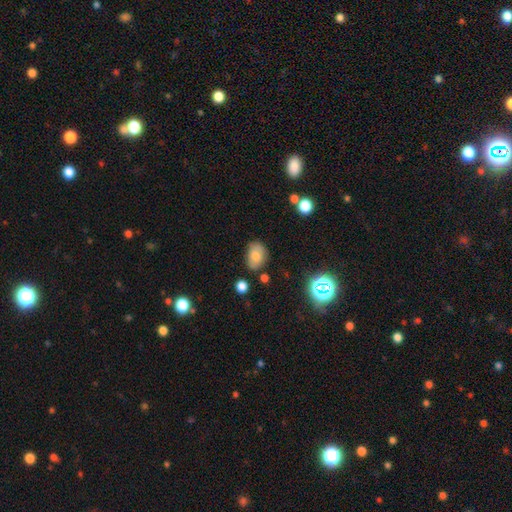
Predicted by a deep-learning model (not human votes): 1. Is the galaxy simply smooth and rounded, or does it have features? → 74% smooth, 14% featured or disk, 12% star or artifact.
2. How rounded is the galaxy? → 75% in between, 23% round, 1% cigar-shaped.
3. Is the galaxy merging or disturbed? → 70% none, 21% minor disturbance, 4% major disturbance, 4% merger.